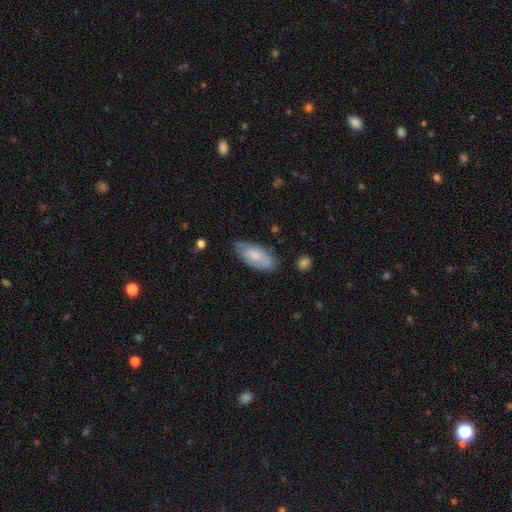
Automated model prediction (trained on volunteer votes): This appears to be a smooth galaxy with no disk features (71%) that is in between round and cigar-shaped (88%). Merging: none (73%).